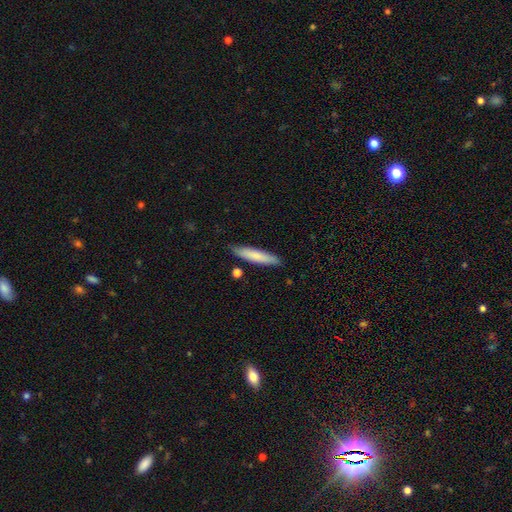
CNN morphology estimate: A smooth galaxy with no disk features (78%) that is cigar-shaped (87%).

Vote fractions:
- Smooth or featured? smooth: 78% / featured or disk: 17% / star or artifact: 6%
- How rounded? cigar-shaped: 87% / in between: 12% / round: 1%
- Merging? none: 85% / minor disturbance: 10% / merger: 3% / major disturbance: 2%